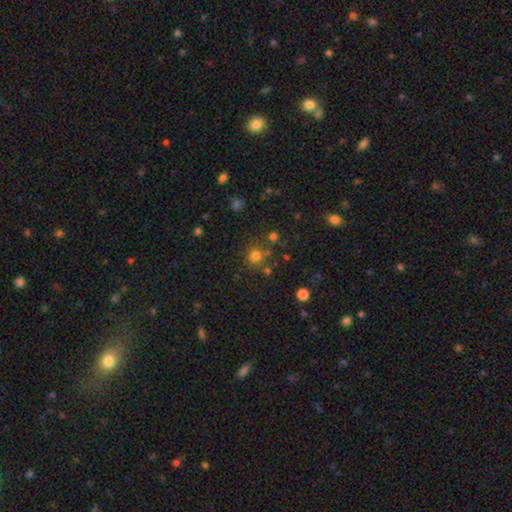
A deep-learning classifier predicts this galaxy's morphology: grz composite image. It shows a smooth galaxy with no disk features (74%) that is round (89%). Merging: none (71%).